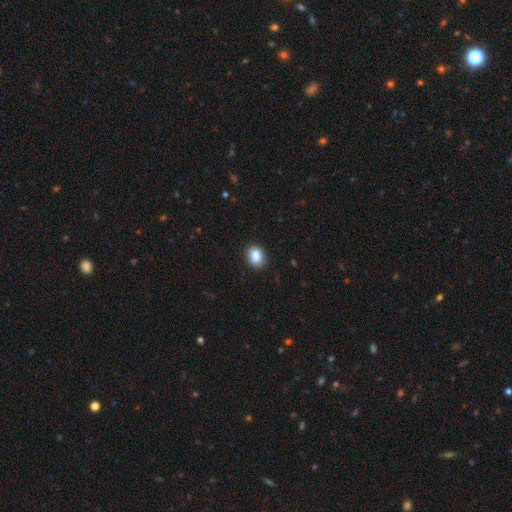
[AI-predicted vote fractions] Smooth or featured: smooth — 87% (star or artifact — 8%)
How rounded: in between — 61% (round — 38%)
Merging: none — 89% (minor disturbance — 8%)